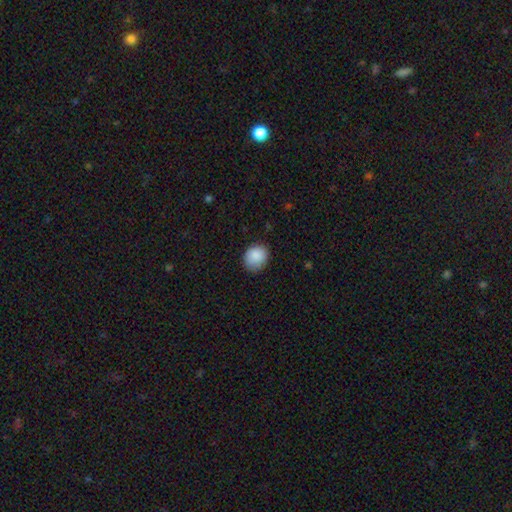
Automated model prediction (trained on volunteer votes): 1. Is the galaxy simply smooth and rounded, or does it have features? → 88% smooth, 8% star or artifact, 4% featured or disk.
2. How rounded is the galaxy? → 65% round, 34% in between, 1% cigar-shaped.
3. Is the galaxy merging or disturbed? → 79% none, 17% minor disturbance, 3% major disturbance, 1% merger.